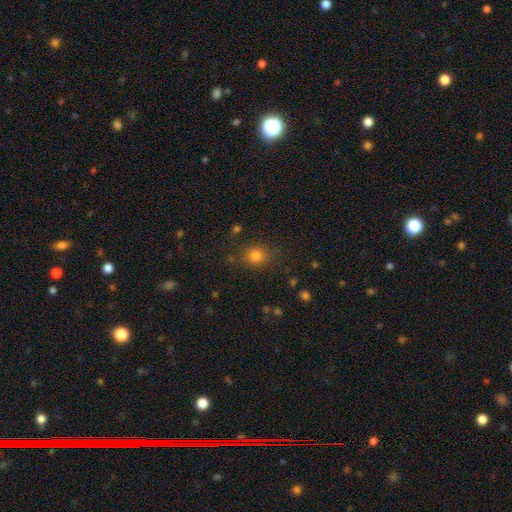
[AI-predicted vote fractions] smooth_or_featured: smooth (p=0.79) [alt: star or artifact p=0.15]
how_rounded: round (p=0.68) [alt: in between p=0.31]
merging: none (p=0.82) [alt: minor disturbance p=0.12]